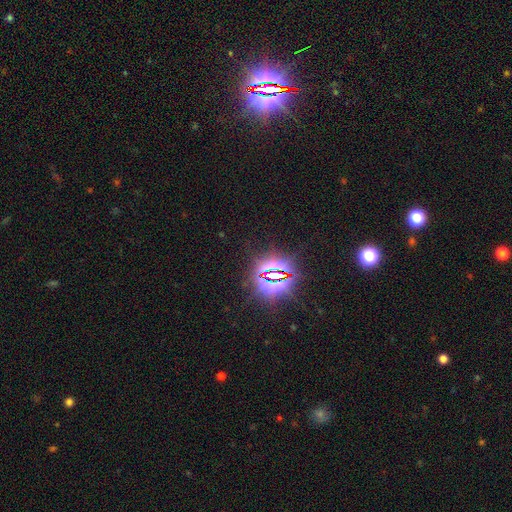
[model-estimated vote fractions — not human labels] Smooth or featured? star or artifact (84%)